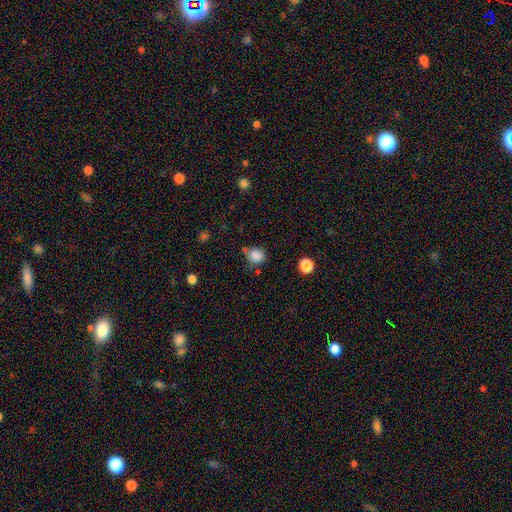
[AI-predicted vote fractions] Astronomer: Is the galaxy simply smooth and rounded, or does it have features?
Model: smooth — 84%.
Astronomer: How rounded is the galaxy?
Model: round — 71%.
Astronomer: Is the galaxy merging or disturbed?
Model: none — 59%.